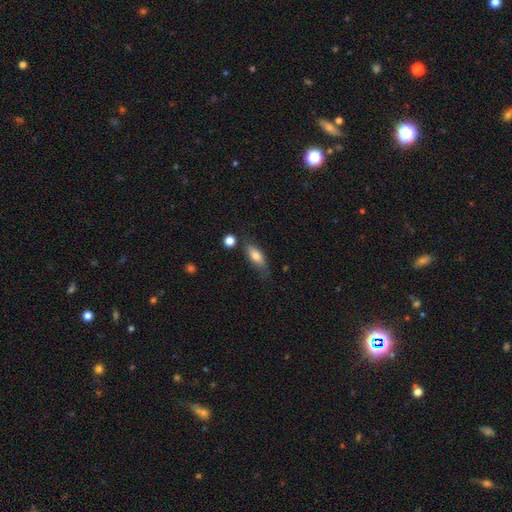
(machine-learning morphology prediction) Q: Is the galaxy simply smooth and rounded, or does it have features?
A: smooth — 75%.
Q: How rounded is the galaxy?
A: in between — 72%.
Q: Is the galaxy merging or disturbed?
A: none — 65%.